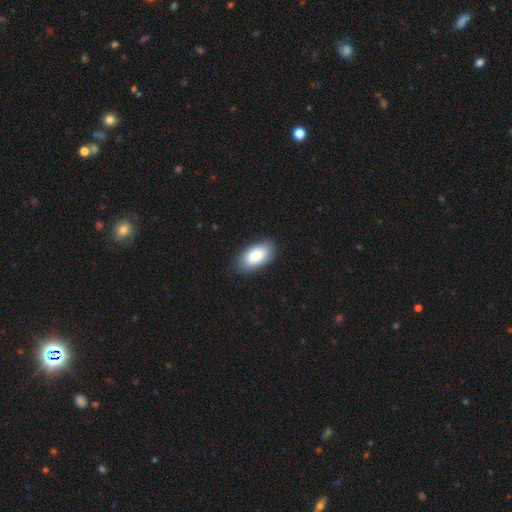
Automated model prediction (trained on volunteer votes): smooth-or-featured: smooth: 85% | featured or disk: 9% | star or artifact: 6%
  how-rounded: in between: 95% | round: 3% | cigar-shaped: 2%
  merging: none: 86% | minor disturbance: 10% | major disturbance: 2% | merger: 1%